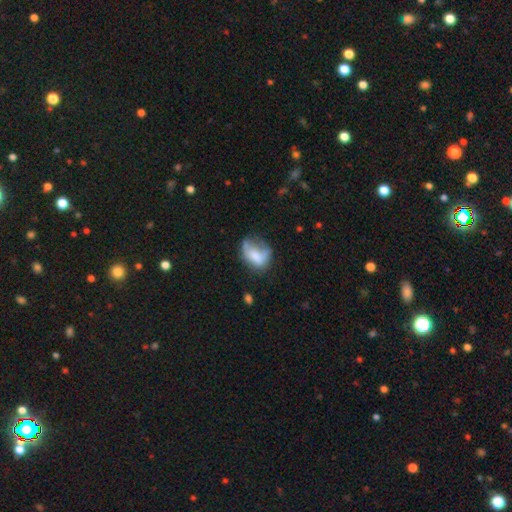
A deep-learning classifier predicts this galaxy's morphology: Smooth or featured? Predicted: smooth (p=0.61). How rounded? Predicted: in between (p=0.77). Merging? Predicted: major disturbance (p=0.32).